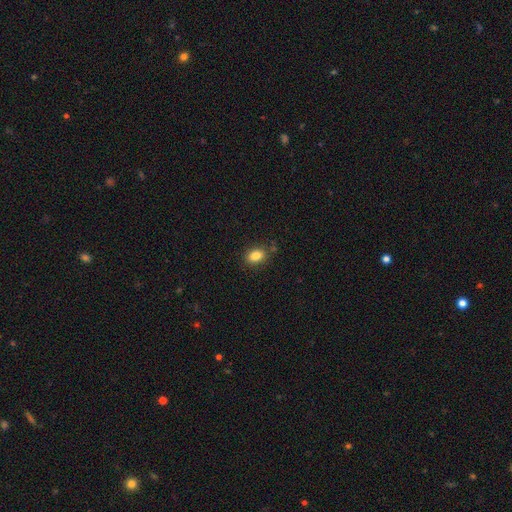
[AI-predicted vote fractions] Overall: smooth (85%). How rounded: in between (78%). Merging: none (83%).